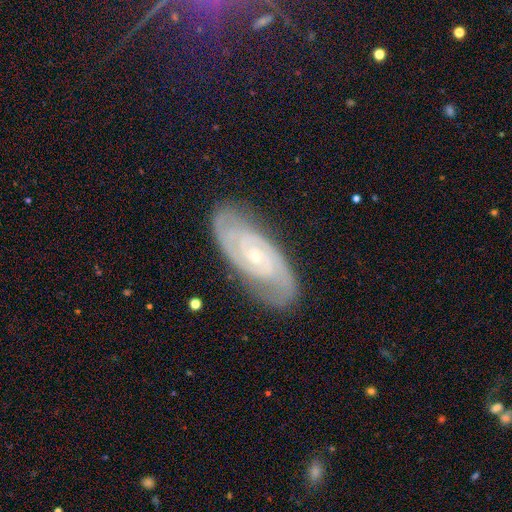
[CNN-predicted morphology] smooth-or-featured: featured or disk: 88% | smooth: 6% | star or artifact: 6%
  disk-edge-on: no: 94% | yes: 6%
    bar: no: 63% | weak: 29% | strong: 8%
    has-spiral-arms: yes: 97% | no: 3%
      spiral-winding: tight: 70% | medium: 25% | loose: 4%
      spiral-arm-count: 2: 75% | can't tell: 11% | 3: 7% | 4: 3% | 1: 2% | more than 4: 2%
    bulge-size: small: 73% | moderate: 24% | none: 1% | large: 1% | dominant: 1%
  merging: none: 82% | minor disturbance: 14% | major disturbance: 3% | merger: 1%